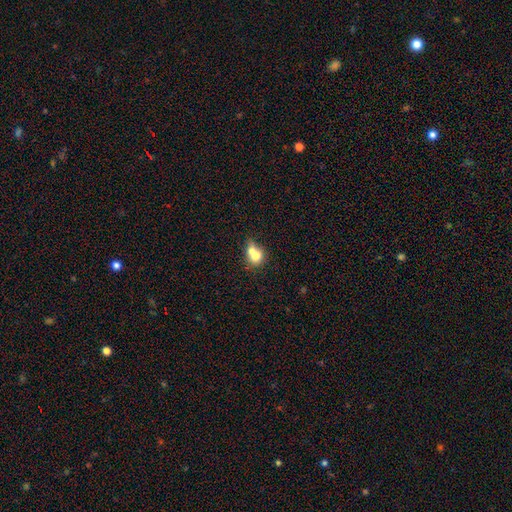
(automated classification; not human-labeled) A smooth galaxy with no disk features (69%) that is round (65%). Merging: merger (64%).